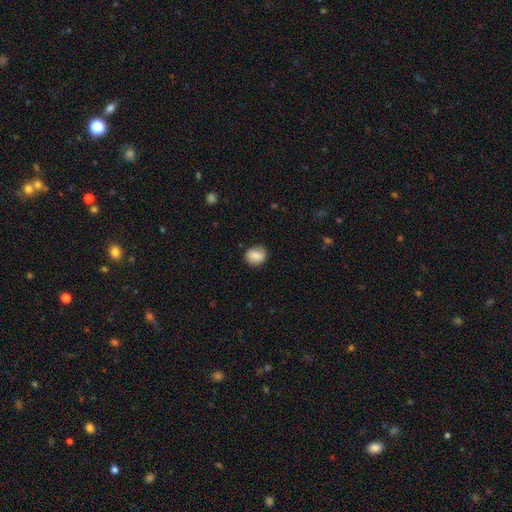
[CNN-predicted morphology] smooth 81%, featured or disk 11%, star or artifact 8%. Down the decision tree: how rounded — round (67%); merging — none (78%).